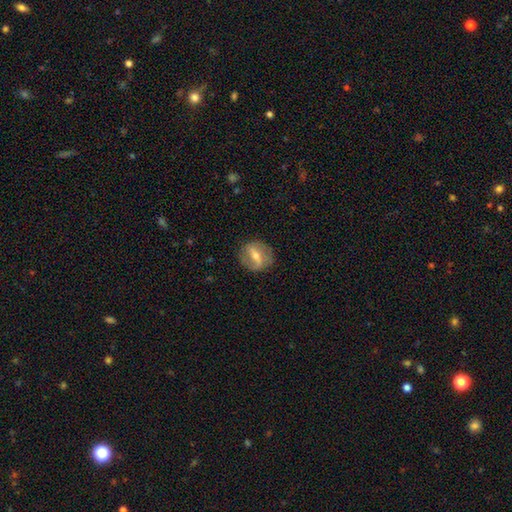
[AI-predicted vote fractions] The model was most divided on "bulge size": moderate: 53%, small: 40%, large: 3%, none: 3%, dominant: 1%. More confident: edge-on disk — no (90%); merging — none (80%); smooth or featured — featured or disk (68%); spiral arms — yes (62%); bar — strong (60%).